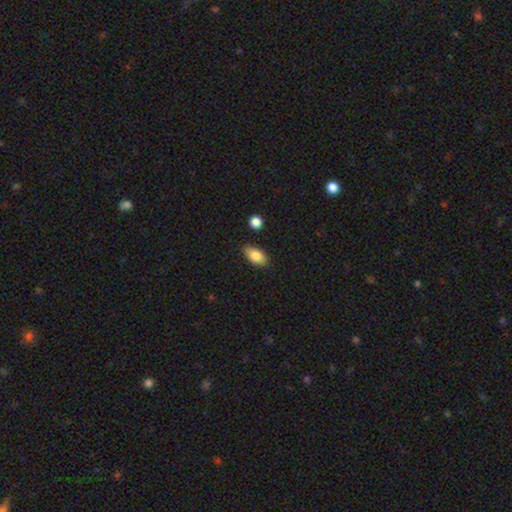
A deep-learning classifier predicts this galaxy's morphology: smooth_or_featured: smooth (p=0.83) [alt: featured or disk p=0.10]
how_rounded: in between (p=0.90) [alt: round p=0.05]
merging: none (p=0.83) [alt: minor disturbance p=0.12]